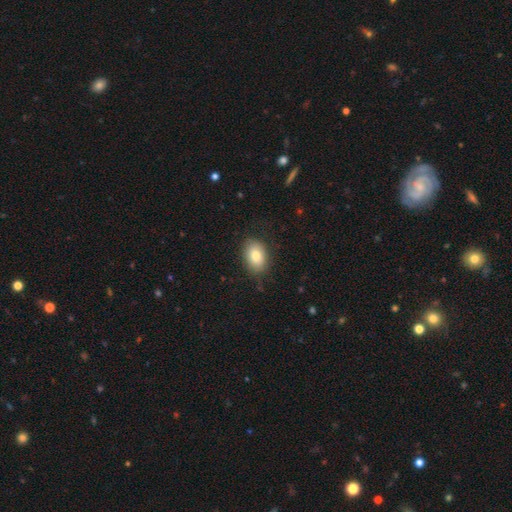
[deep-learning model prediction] A smooth galaxy with no disk features (81%) that is in between round and cigar-shaped (82%).

Vote fractions:
- Smooth or featured? smooth: 81% / featured or disk: 11% / star or artifact: 8%
- How rounded? in between: 82% / round: 17% / cigar-shaped: 1%
- Merging? none: 82% / minor disturbance: 13% / major disturbance: 4% / merger: 1%